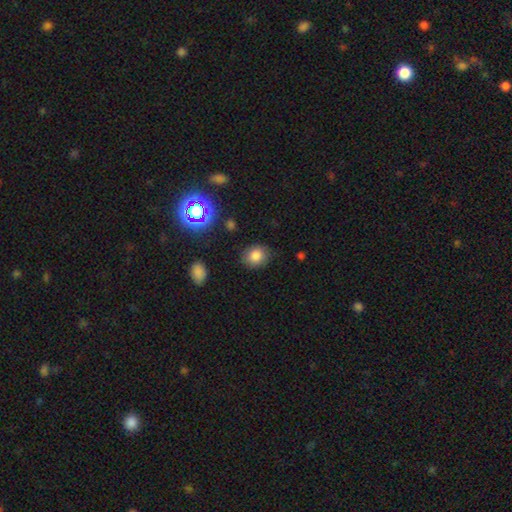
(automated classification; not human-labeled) The model was most divided on "how rounded": round: 62%, in between: 37%, cigar-shaped: 1%. More confident: merging — none (82%); smooth or featured — smooth (80%).